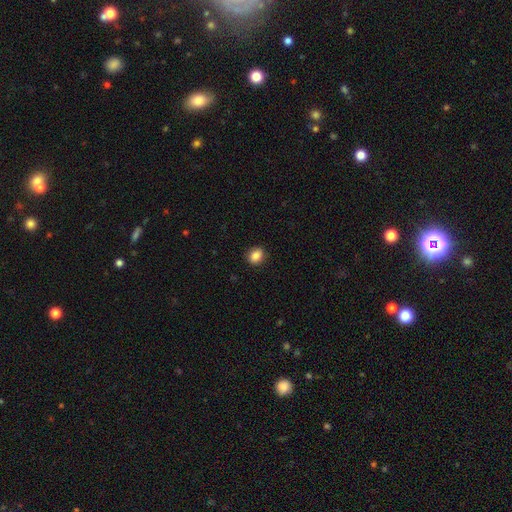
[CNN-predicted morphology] smooth_or_featured: smooth (p=0.87) [alt: star or artifact p=0.09]
how_rounded: round (p=0.66) [alt: in between p=0.33]
merging: none (p=0.90) [alt: minor disturbance p=0.07]